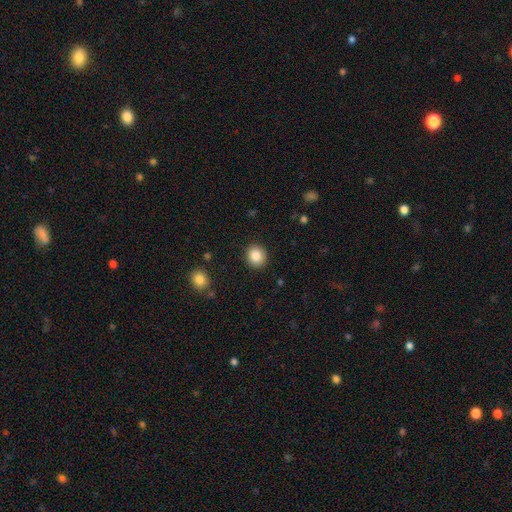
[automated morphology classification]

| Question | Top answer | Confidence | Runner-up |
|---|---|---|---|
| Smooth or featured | smooth | 85% | star or artifact (9%) |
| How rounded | round | 86% | in between (13%) |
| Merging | none | 91% | minor disturbance (6%) |